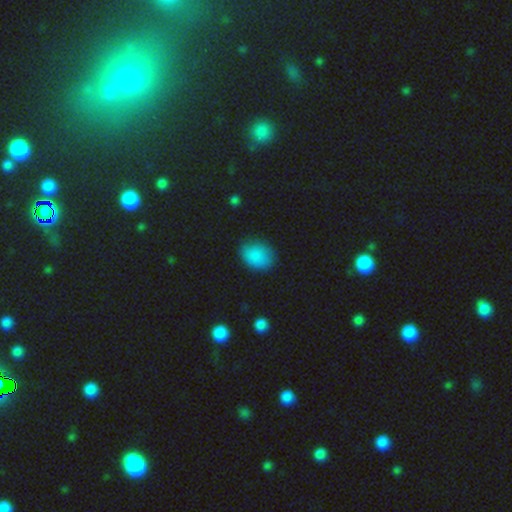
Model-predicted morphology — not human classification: Q: Smooth or featured?
A: smooth (86%); runner-up: star or artifact (9%)
Q: How rounded?
A: in between (64%); runner-up: round (35%)
Q: Merging?
A: none (81%); runner-up: minor disturbance (14%)